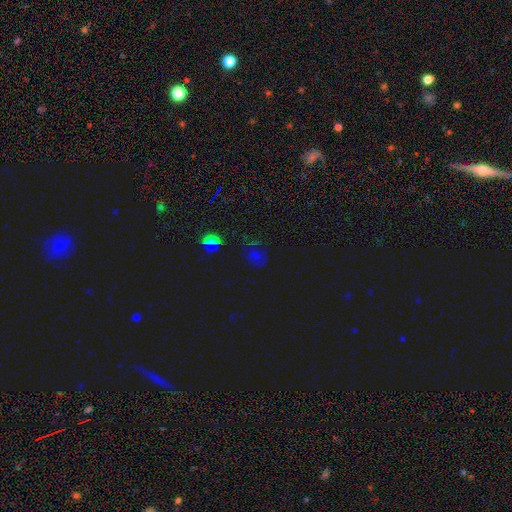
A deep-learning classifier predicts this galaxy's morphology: Smooth or featured: star or artifact — 52% (smooth — 36%)